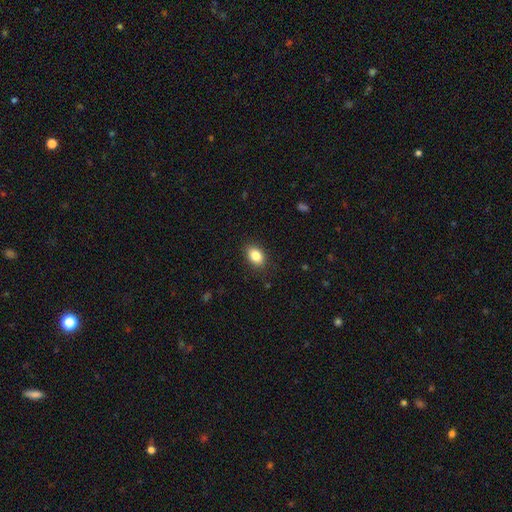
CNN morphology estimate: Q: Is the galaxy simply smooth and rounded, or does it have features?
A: smooth — 85%.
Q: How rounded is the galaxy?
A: in between — 82%.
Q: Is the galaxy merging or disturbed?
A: none — 87%.